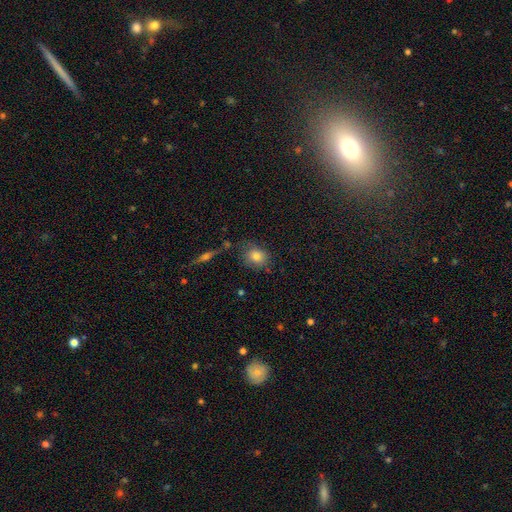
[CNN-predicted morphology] This is likely a smooth galaxy (76%). How rounded: possibly round (53%). Merging: likely none (73%).